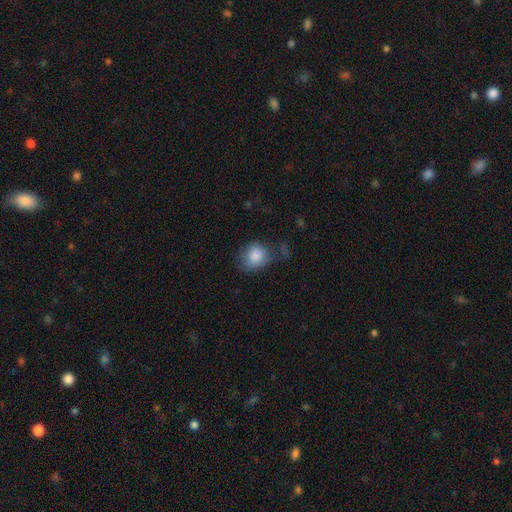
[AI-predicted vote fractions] Smooth or featured: smooth — 84% (star or artifact — 8%)
How rounded: round — 57% (in between — 42%)
Merging: none — 55% (minor disturbance — 28%)